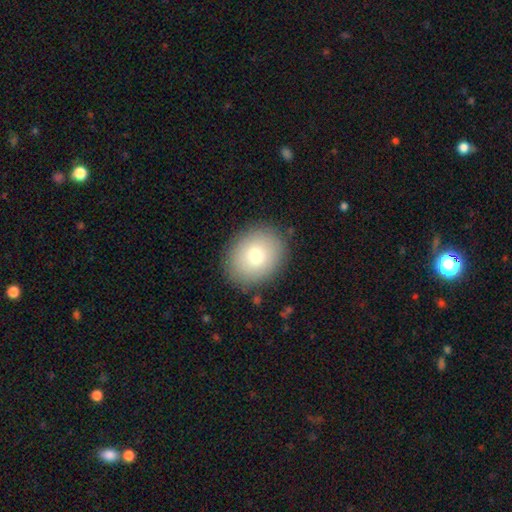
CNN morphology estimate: Overall: smooth (75%). How rounded: round (57%; in between 42%). Merging: none (87%).